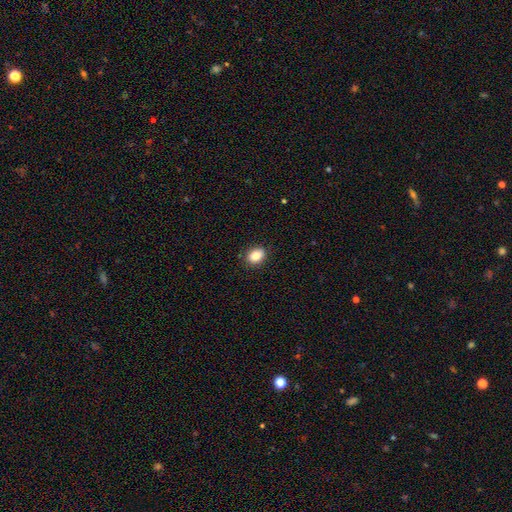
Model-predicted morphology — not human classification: smooth_or_featured: smooth (p=0.85) [alt: star or artifact p=0.09]
how_rounded: in between (p=0.63) [alt: round p=0.36]
merging: none (p=0.88) [alt: minor disturbance p=0.09]